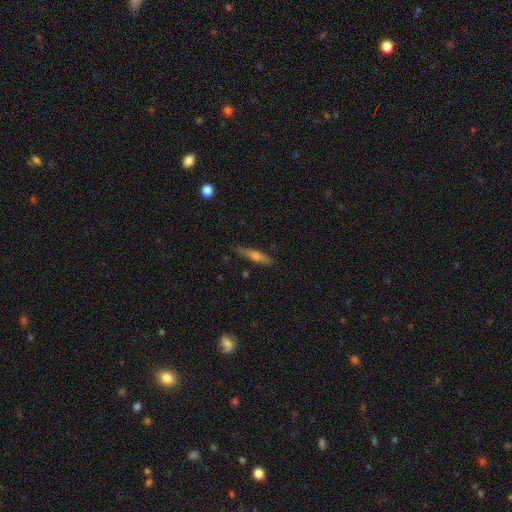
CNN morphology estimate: Smooth or featured? featured or disk (49%)
Merging? none (85%)